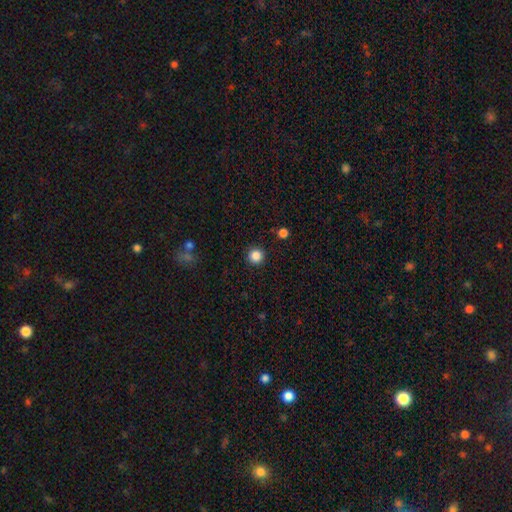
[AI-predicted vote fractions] This is clearly a smooth galaxy (85%). How rounded: clearly round (95%). Merging: clearly none (92%).